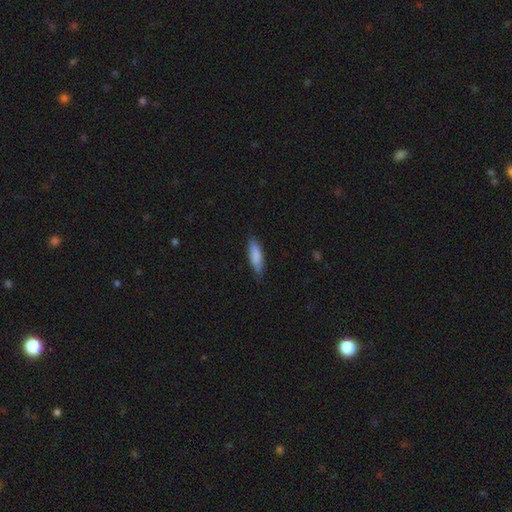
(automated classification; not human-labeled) Morphology: type=smooth (84%); roundness=cigar-shaped (50%); merging=none (80%).